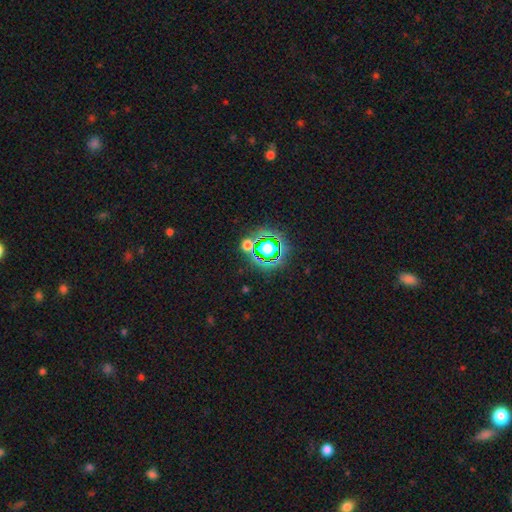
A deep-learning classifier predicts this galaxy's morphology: star or artifact 80%, smooth 13%, featured or disk 7%.